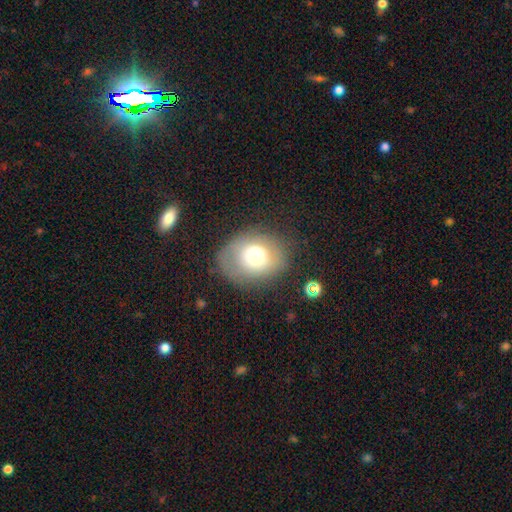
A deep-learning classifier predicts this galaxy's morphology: Smooth or featured? Predicted: smooth (p=0.68). How rounded? Predicted: round (p=0.56). Merging? Predicted: none (p=0.73).